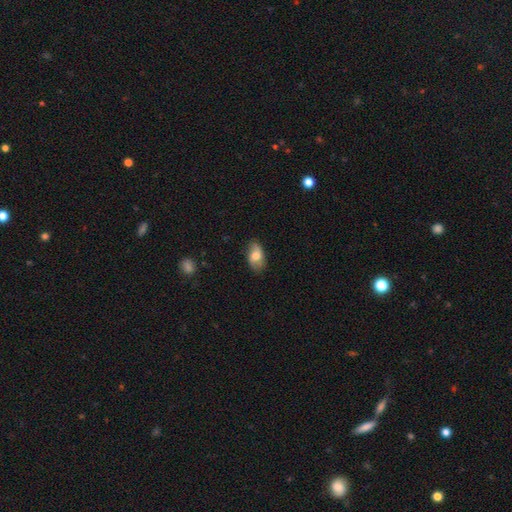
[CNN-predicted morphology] Smooth or featured? smooth (66%)
How rounded? in between (91%)
Merging? none (76%)